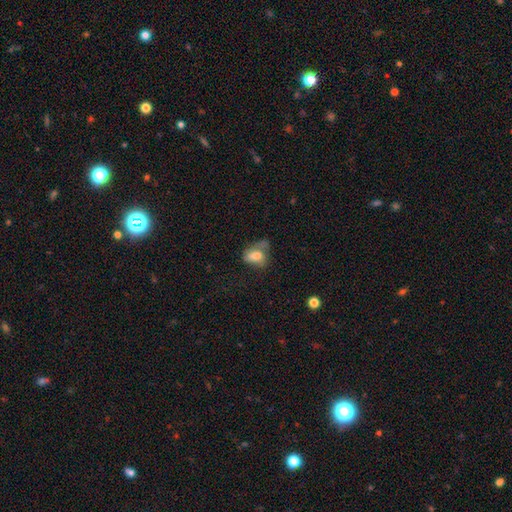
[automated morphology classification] type=smooth (66%); roundness=in between (79%); merging=major disturbance (30%).